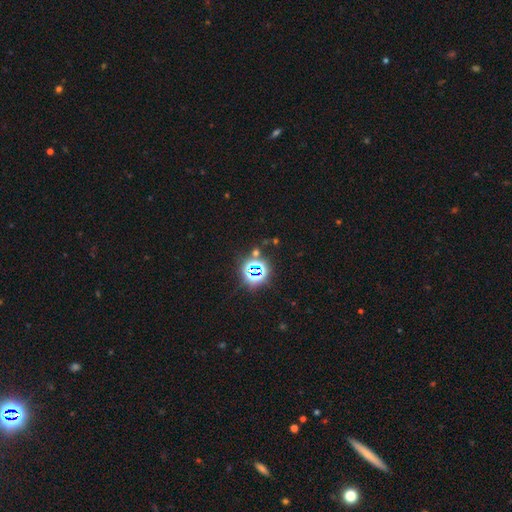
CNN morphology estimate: Overall: star or artifact (76%).